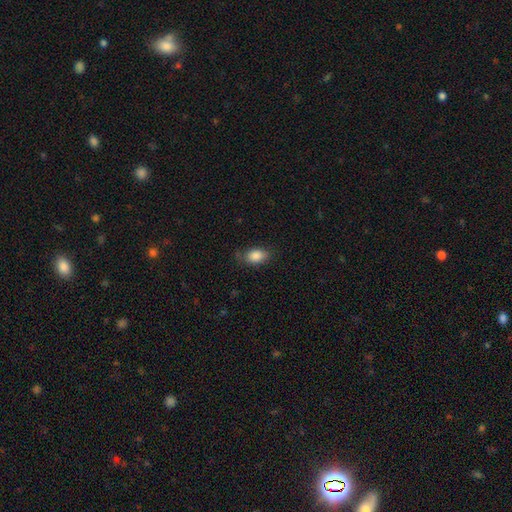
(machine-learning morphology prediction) Q: Smooth or featured?
A: smooth (86%); runner-up: star or artifact (8%)
Q: How rounded?
A: in between (85%); runner-up: round (13%)
Q: Merging?
A: none (75%); runner-up: minor disturbance (19%)